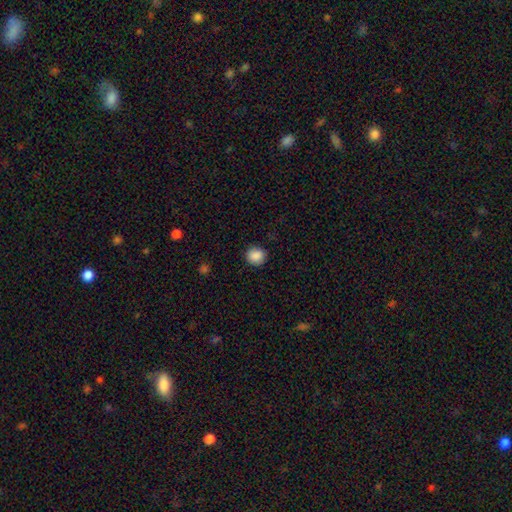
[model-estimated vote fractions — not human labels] smooth 88%, star or artifact 9%, featured or disk 3%. Down the decision tree: how rounded — round (86%); merging — none (88%).